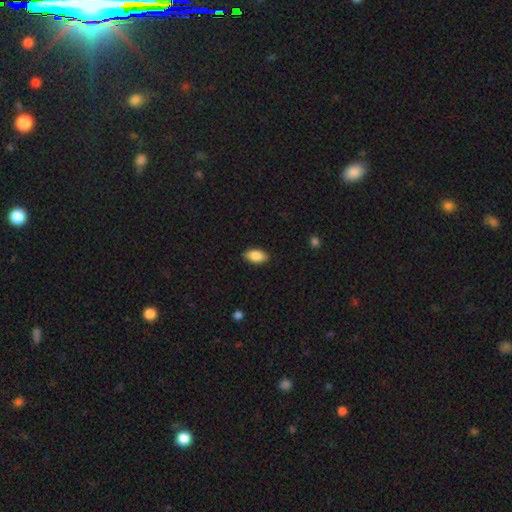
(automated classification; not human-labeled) Smooth or featured? smooth (85%)
How rounded? in between (92%)
Merging? none (87%)